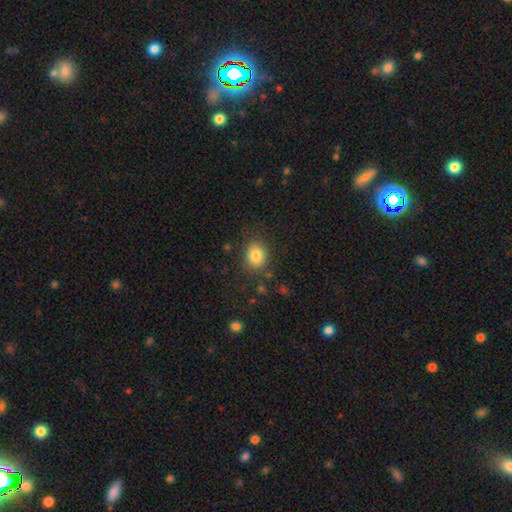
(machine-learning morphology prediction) This is clearly a smooth galaxy (83%). How rounded: possibly in between (51%). Merging: clearly none (82%).